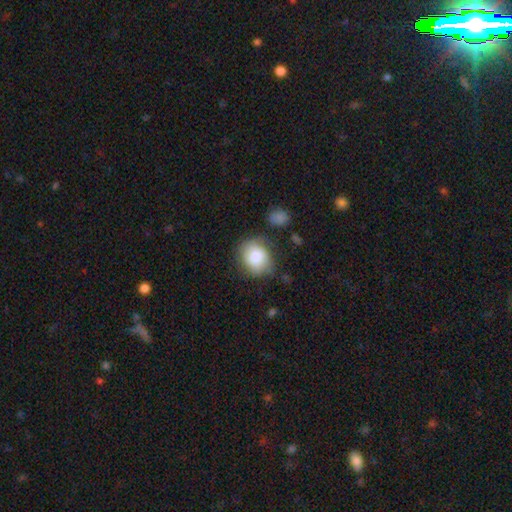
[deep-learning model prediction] smooth_or_featured: smooth (p=0.76) [alt: featured or disk p=0.15]
how_rounded: round (p=0.63) [alt: in between p=0.36]
merging: none (p=0.69) [alt: minor disturbance p=0.21]